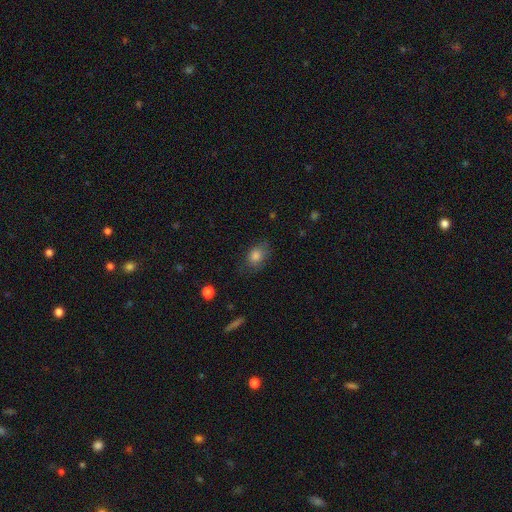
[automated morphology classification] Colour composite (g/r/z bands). It shows a smooth galaxy with no disk features (82%) that is in between round and cigar-shaped (71%). Merging: none (69%).